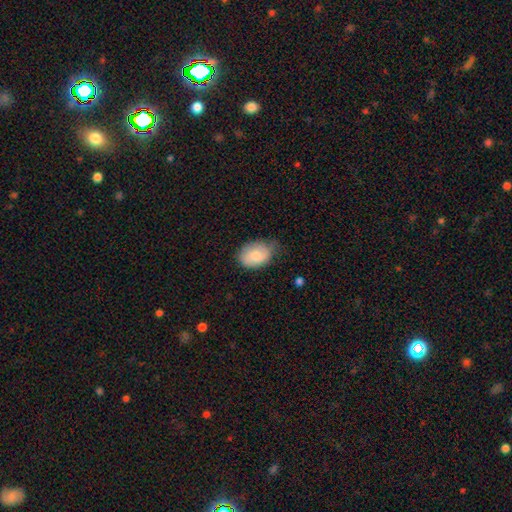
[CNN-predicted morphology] The model was most divided on "merging": none: 59%, minor disturbance: 33%, major disturbance: 7%, merger: 1%. More confident: how rounded — in between (78%); smooth or featured — smooth (73%).